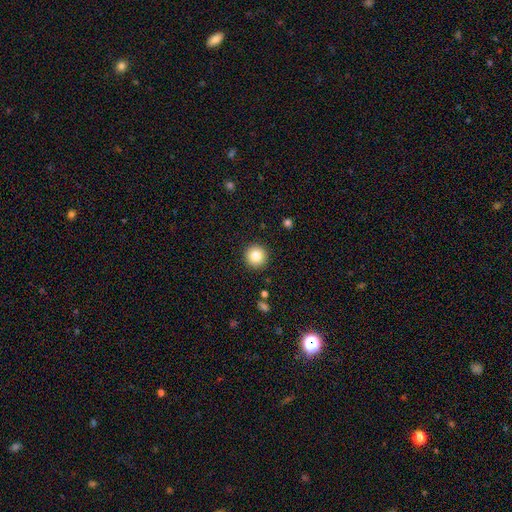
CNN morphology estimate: This is clearly a smooth galaxy (83%). How rounded: clearly round (96%). Merging: clearly none (92%).